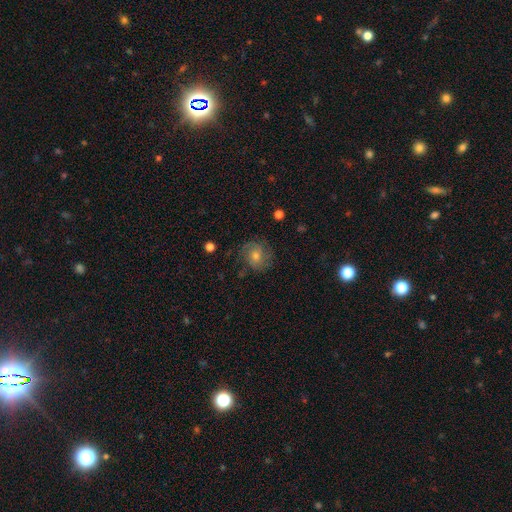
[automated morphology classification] The model was most divided on "smooth or featured": featured or disk: 54%, smooth: 33%, star or artifact: 13%. More confident: edge-on disk — no (97%); spiral arms — yes (86%); merging — none (77%); bar — no (72%); bulge size — moderate (63%).